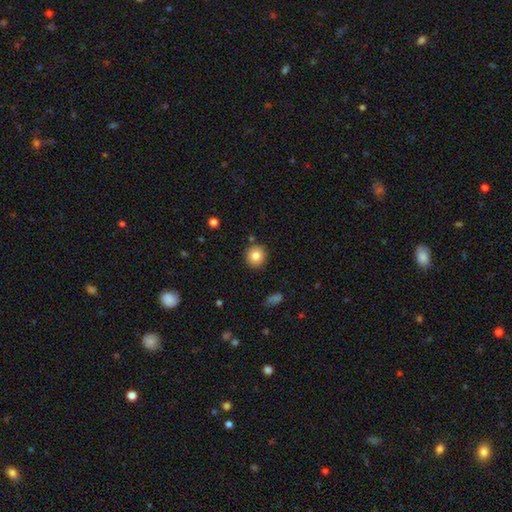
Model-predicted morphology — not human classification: This appears to be a smooth galaxy with no disk features (82%) that is round (93%). Merging: none (87%).